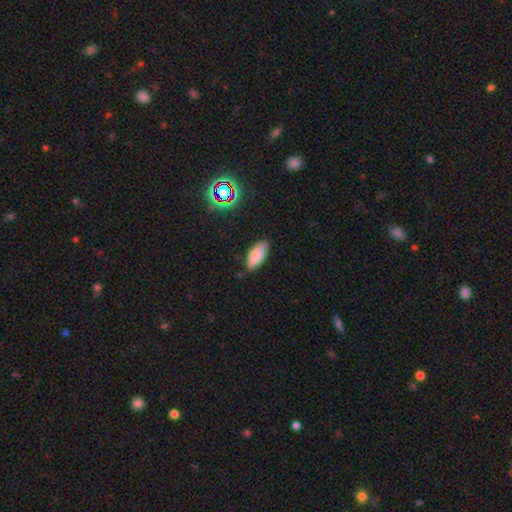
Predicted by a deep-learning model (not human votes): This appears to be a smooth galaxy with no disk features (84%) that is in between round and cigar-shaped (88%). Merging: none (74%).